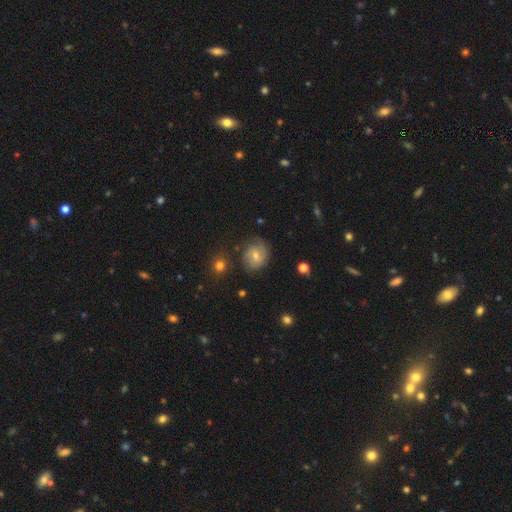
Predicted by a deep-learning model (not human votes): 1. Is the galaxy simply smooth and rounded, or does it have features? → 55% featured or disk, 36% smooth, 10% star or artifact.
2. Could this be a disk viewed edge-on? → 97% no, 3% yes.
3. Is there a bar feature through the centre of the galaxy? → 50% weak, 42% no, 8% strong.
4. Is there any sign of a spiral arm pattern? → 86% yes, 14% no.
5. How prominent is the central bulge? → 47% small (tied), 47% moderate (tied), 3% none, 2% large, 1% dominant.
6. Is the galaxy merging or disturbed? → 73% none, 19% minor disturbance, 6% major disturbance, 2% merger.